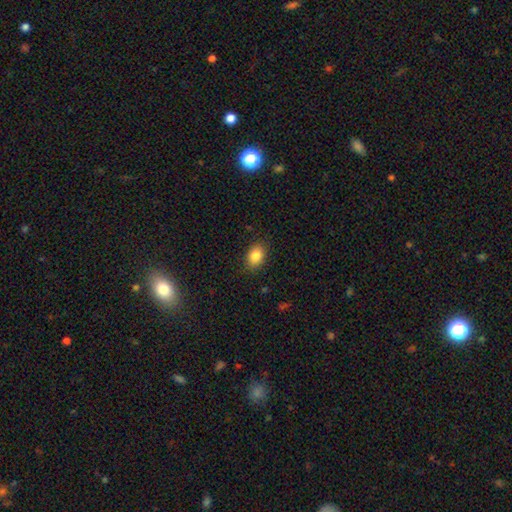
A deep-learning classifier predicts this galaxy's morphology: The model was most divided on "how rounded": in between: 69%, round: 30%, cigar-shaped: 1%. More confident: merging — none (87%); smooth or featured — smooth (84%).